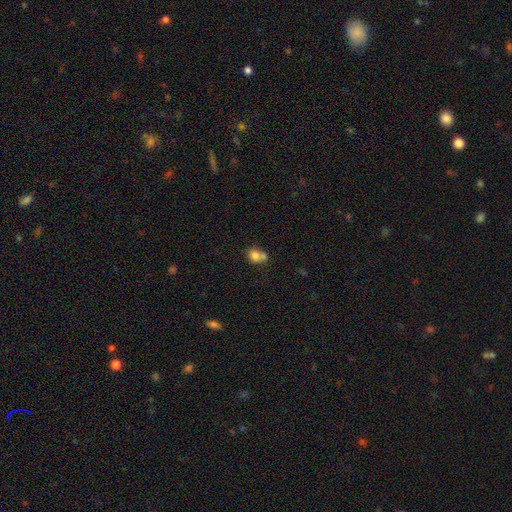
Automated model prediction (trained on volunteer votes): A smooth galaxy with no disk features (77%) that is round (55%).

Vote fractions:
- Smooth or featured? smooth: 77% / featured or disk: 13% / star or artifact: 10%
- How rounded? round: 55% / in between: 44% / cigar-shaped: 1%
- Merging? merger: 50% / none: 33% / minor disturbance: 12% / major disturbance: 5%